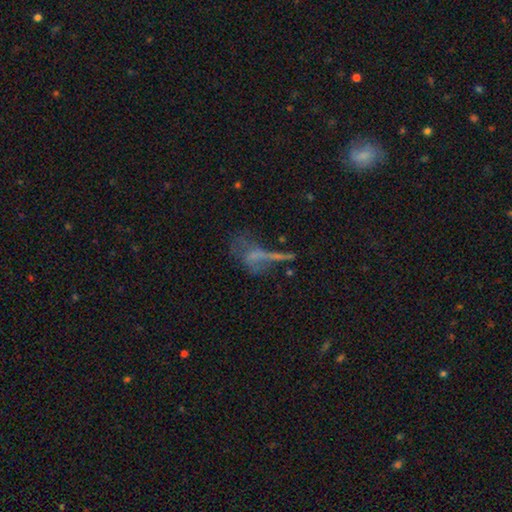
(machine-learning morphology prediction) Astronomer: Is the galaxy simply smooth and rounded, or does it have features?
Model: featured or disk — 41% (runner-up: smooth, 38%).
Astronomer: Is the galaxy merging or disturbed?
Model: major disturbance — 42% (runner-up: none, 25%).